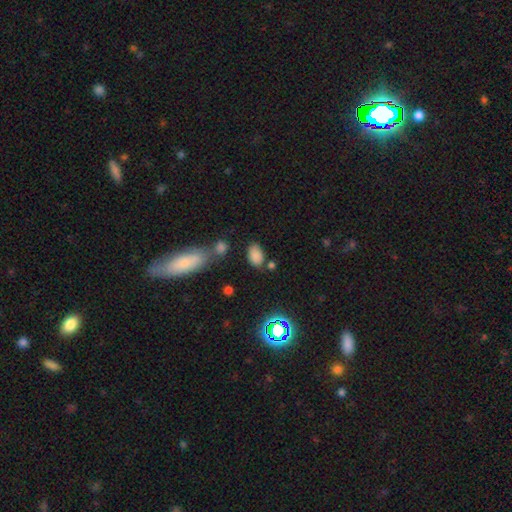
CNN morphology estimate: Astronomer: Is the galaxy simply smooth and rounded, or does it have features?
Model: smooth — 81%.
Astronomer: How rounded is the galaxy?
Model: in between — 91%.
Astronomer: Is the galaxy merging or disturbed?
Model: none — 69%.